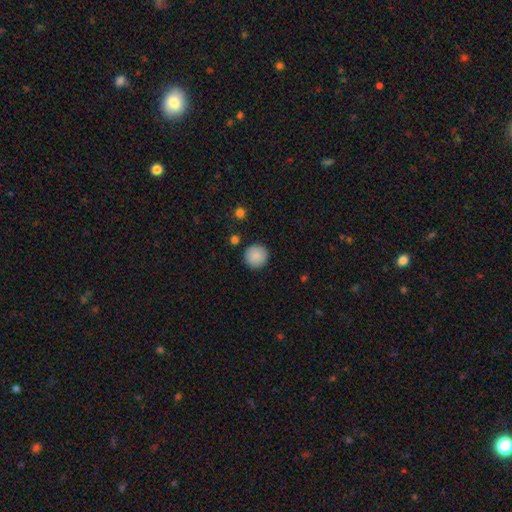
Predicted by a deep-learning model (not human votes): Smooth or featured? Predicted: smooth (p=0.88). How rounded? Predicted: round (p=0.96). Merging? Predicted: none (p=0.91).